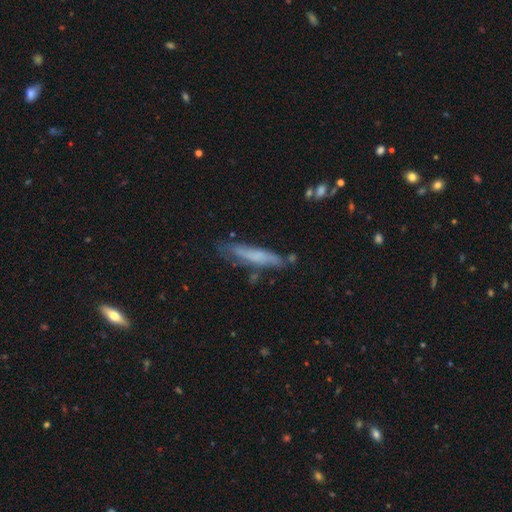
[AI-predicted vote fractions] Smooth or featured?
  - smooth: 53% *
  - featured or disk: 38%
  - star or artifact: 9%
How rounded?
  - cigar-shaped: 86% *
  - in between: 12%
  - round: 2%
Merging?
  - none: 67% *
  - minor disturbance: 22%
  - major disturbance: 6%
  - merger: 4%